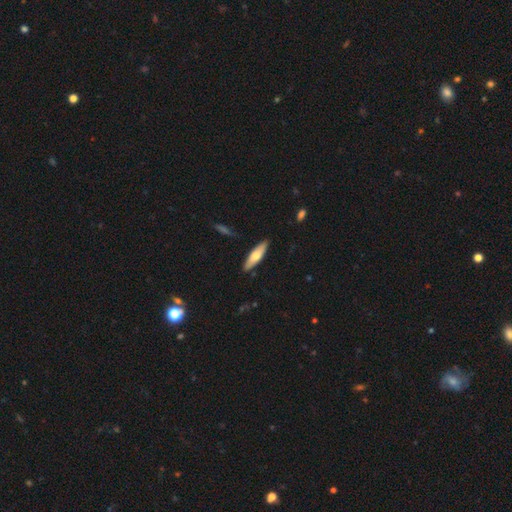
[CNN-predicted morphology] The model was most divided on "how rounded": cigar-shaped: 61%, in between: 37%, round: 2%. More confident: merging — none (88%); smooth or featured — smooth (63%).